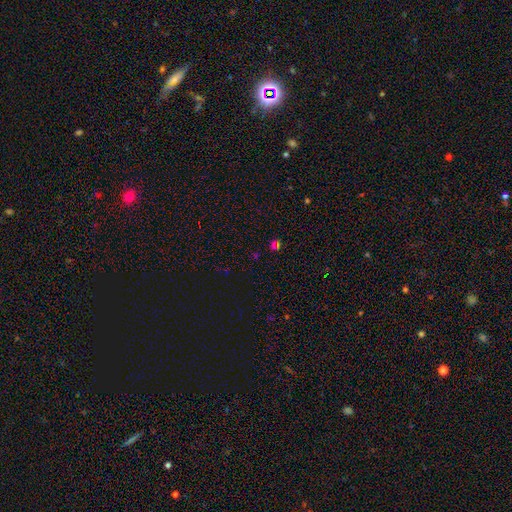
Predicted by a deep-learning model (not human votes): star or artifact 56%, smooth 36%, featured or disk 8%.